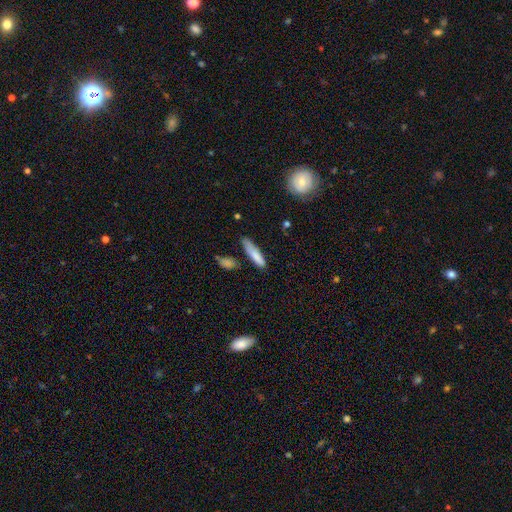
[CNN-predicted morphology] Smooth or featured? smooth (79%)
How rounded? cigar-shaped (75%)
Merging? none (60%)